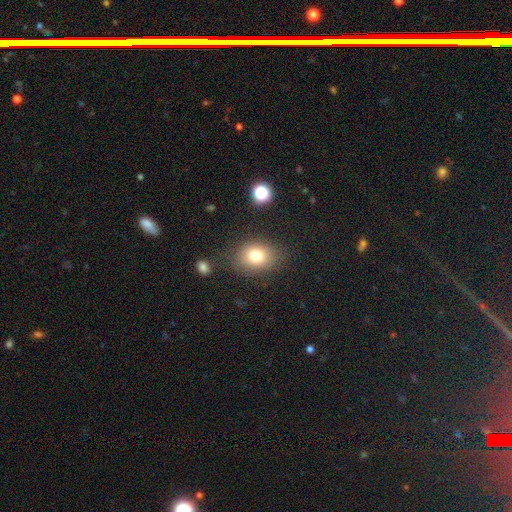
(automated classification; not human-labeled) Overall: smooth (79%). How rounded: in between (58%; round 41%). Merging: none (78%).